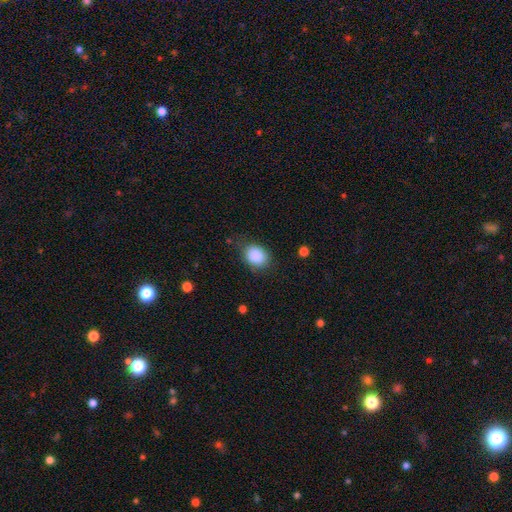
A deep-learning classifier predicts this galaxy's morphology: A smooth galaxy with no disk features (88%) that is in between round and cigar-shaped (51%). Merging: none (77%).